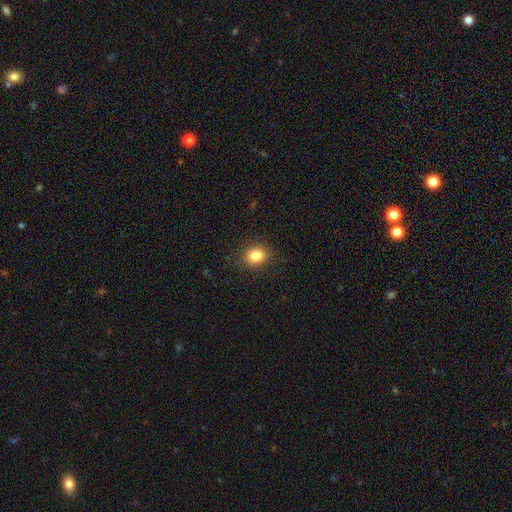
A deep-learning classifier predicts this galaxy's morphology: This is clearly a smooth galaxy (83%). How rounded: possibly round (55%). Merging: clearly none (88%).